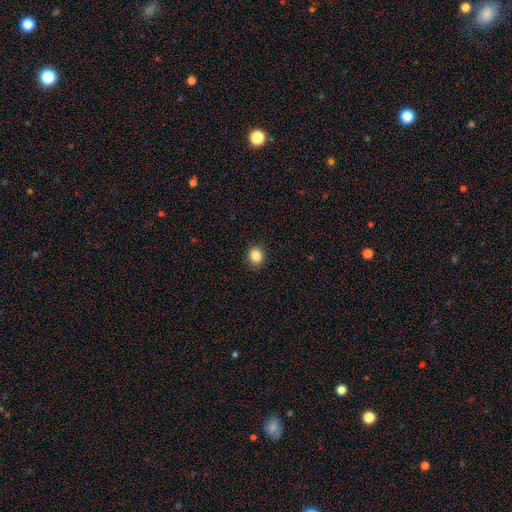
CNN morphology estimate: Smooth or featured?
  - smooth: 86% *
  - star or artifact: 10%
  - featured or disk: 4%
How rounded?
  - round: 70% *
  - in between: 29%
  - cigar-shaped: 1%
Merging?
  - none: 91% *
  - minor disturbance: 7%
  - major disturbance: 2%
  - merger: 1%